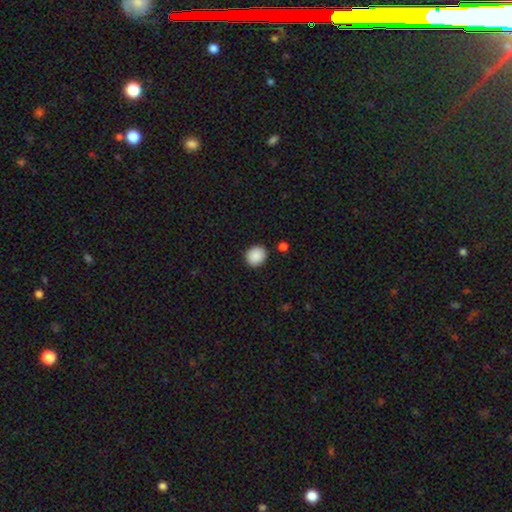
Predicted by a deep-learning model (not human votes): Q: Smooth or featured?
A: smooth (89%); runner-up: star or artifact (8%)
Q: How rounded?
A: round (72%); runner-up: in between (27%)
Q: Merging?
A: none (88%); runner-up: minor disturbance (8%)